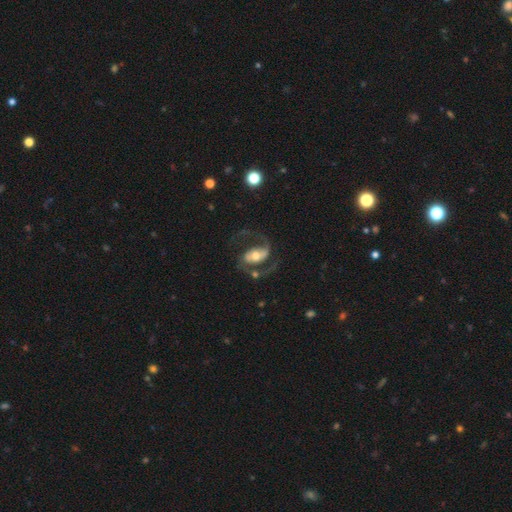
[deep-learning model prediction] smooth-or-featured: featured or disk: 82% | smooth: 12% | star or artifact: 6%
  disk-edge-on: no: 97% | yes: 3%
    bar: strong: 37% | weak: 35% | no: 27%
    has-spiral-arms: yes: 93% | no: 7%
      spiral-winding: medium: 52% | loose: 36% | tight: 11%
      spiral-arm-count: 2: 90% | 1: 4% | can't tell: 3% | 3: 1% | 4: 1% | more than 4: 1%
    bulge-size: moderate: 60% | small: 21% | large: 15% | none: 2% | dominant: 2%
  merging: none: 59% | major disturbance: 21% | minor disturbance: 15% | merger: 5%